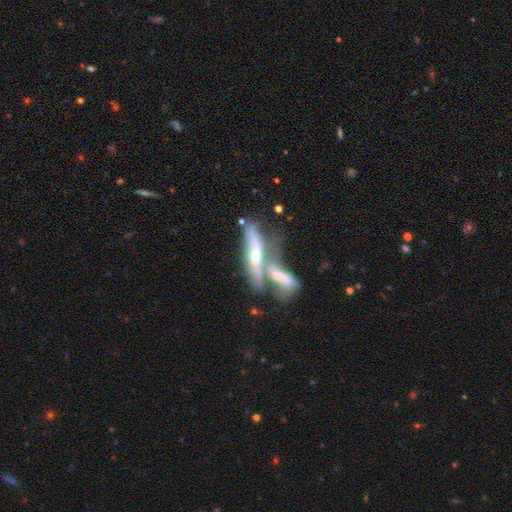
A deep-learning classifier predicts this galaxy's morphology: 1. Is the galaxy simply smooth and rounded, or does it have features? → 67% featured or disk, 26% smooth, 8% star or artifact.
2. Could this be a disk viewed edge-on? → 66% yes, 34% no.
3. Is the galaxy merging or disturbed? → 54% merger, 28% none, 11% minor disturbance, 7% major disturbance.